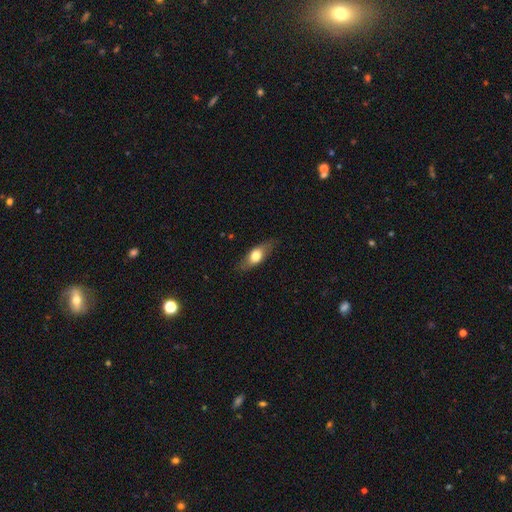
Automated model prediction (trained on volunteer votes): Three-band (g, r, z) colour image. It shows a smooth galaxy with no disk features (61%) that is in between round and cigar-shaped (67%). Merging: none (81%).